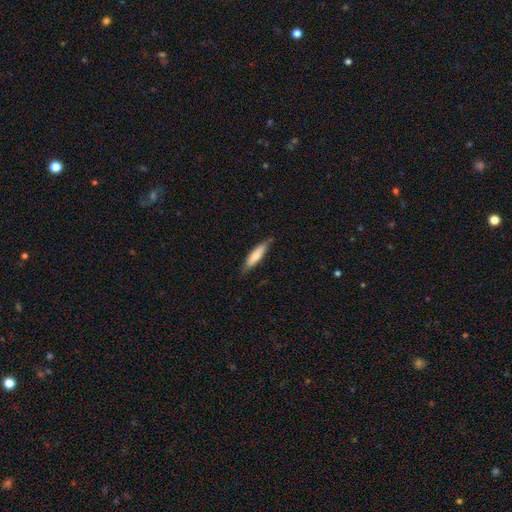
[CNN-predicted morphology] Smooth or featured: smooth — 74% (featured or disk — 21%)
How rounded: cigar-shaped — 75% (in between — 24%)
Merging: none — 80% (minor disturbance — 16%)